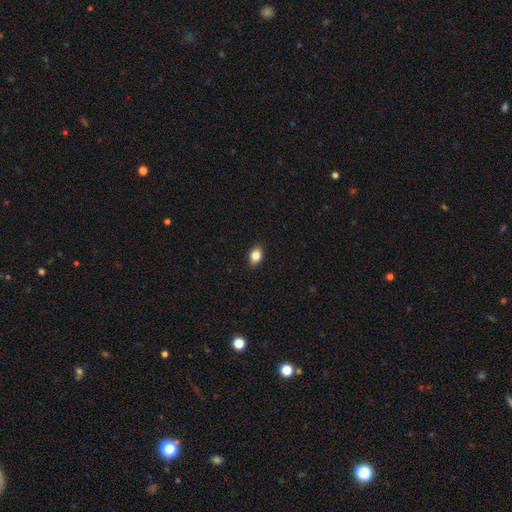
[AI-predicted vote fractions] Smooth or featured? smooth (83%)
How rounded? in between (78%)
Merging? none (89%)